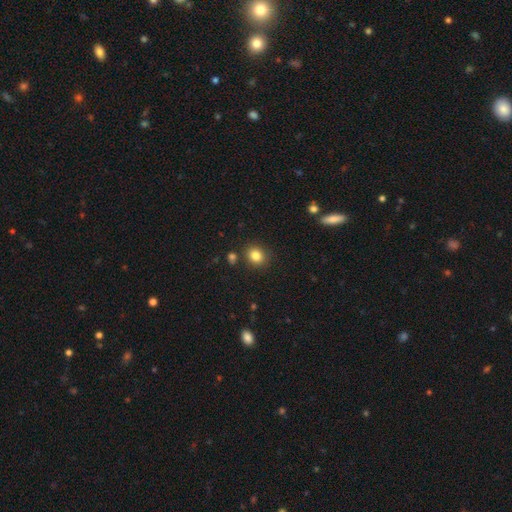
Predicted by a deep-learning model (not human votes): Smooth or featured?
  - smooth: 83% *
  - star or artifact: 11%
  - featured or disk: 6%
How rounded?
  - round: 72% *
  - in between: 27%
  - cigar-shaped: 1%
Merging?
  - none: 84% *
  - minor disturbance: 9%
  - merger: 5%
  - major disturbance: 3%